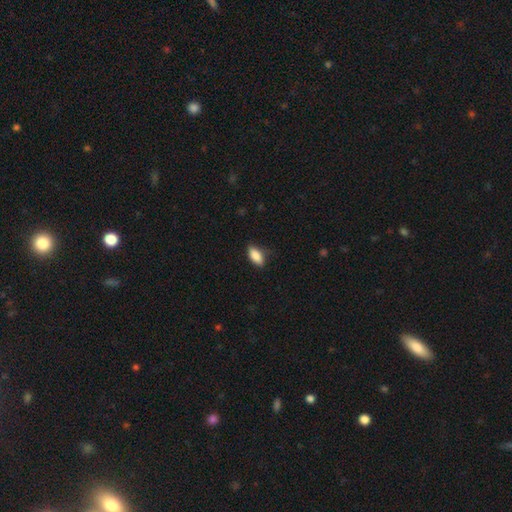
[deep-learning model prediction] smooth 87%, star or artifact 7%, featured or disk 6%. Down the decision tree: how rounded — in between (87%); merging — none (74%).